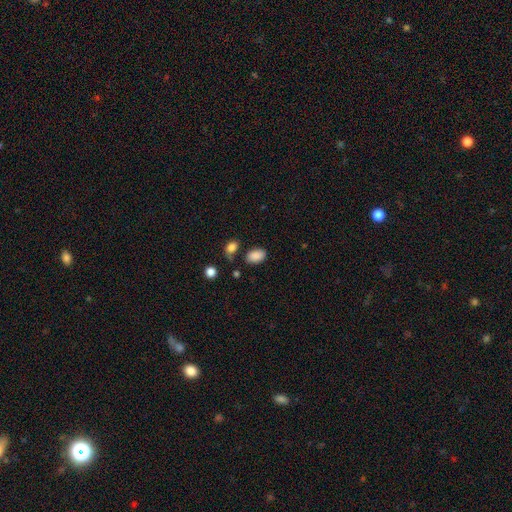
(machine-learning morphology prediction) smooth 87%, star or artifact 9%, featured or disk 4%. Down the decision tree: how rounded — in between (89%); merging — none (74%).